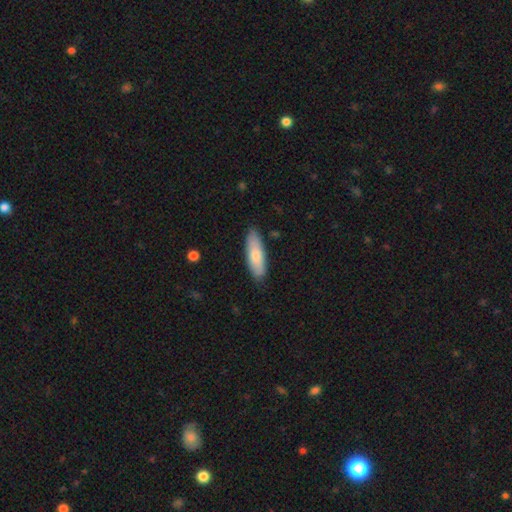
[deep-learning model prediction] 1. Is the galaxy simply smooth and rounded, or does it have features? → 75% smooth, 19% featured or disk, 5% star or artifact.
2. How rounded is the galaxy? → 59% in between, 39% cigar-shaped, 2% round.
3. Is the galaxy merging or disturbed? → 84% none, 13% minor disturbance, 2% major disturbance, 1% merger.